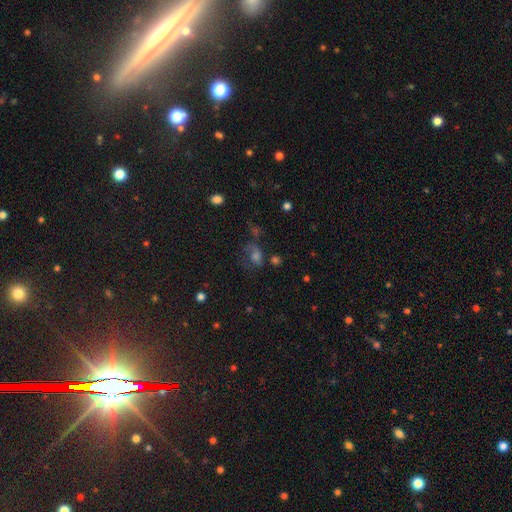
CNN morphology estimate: Q: Smooth or featured?
A: smooth (40%); runner-up: featured or disk (31%)
Q: Merging?
A: none (42%); runner-up: major disturbance (30%)